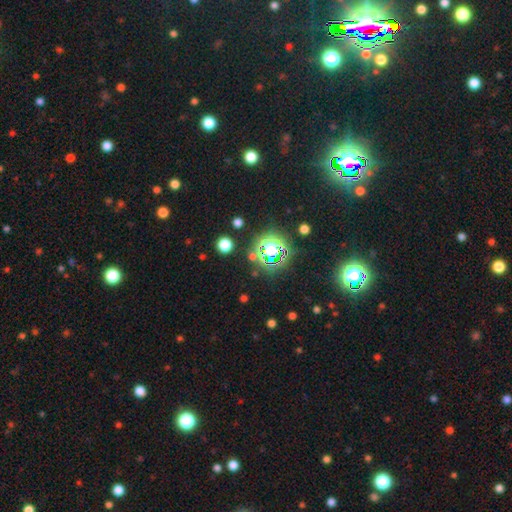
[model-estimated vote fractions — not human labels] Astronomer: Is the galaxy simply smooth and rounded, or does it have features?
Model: star or artifact — 73%.